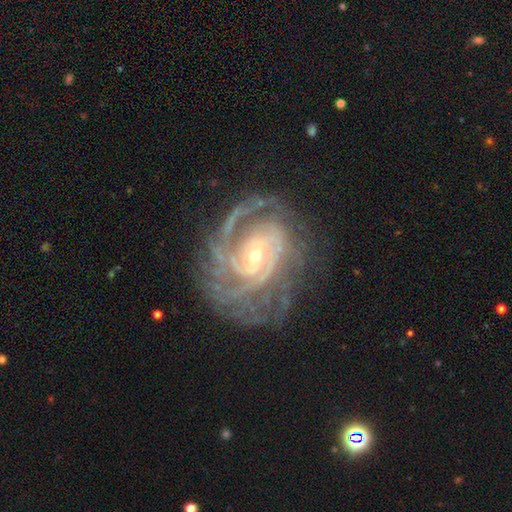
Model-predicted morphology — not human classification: smooth-or-featured: featured or disk: 91% | star or artifact: 5% | smooth: 3%
  disk-edge-on: no: 98% | yes: 2%
    bar: no: 47% | weak: 37% | strong: 15%
    has-spiral-arms: yes: 98% | no: 2%
      spiral-winding: tight: 64% | medium: 30% | loose: 6%
      spiral-arm-count: 2: 24% | 3: 22% | can't tell: 22% | 4: 14% | more than 4: 10% | 1: 8%
    bulge-size: small: 62% | moderate: 35% | large: 2% | none: 1% | dominant: 1%
  merging: none: 69% | minor disturbance: 18% | major disturbance: 11% | merger: 2%